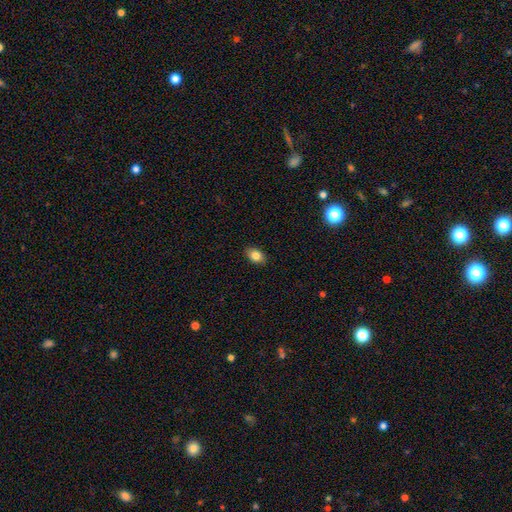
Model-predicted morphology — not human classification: The model was most divided on "how rounded": in between: 80%, round: 19%, cigar-shaped: 1%. More confident: merging — none (87%); smooth or featured — smooth (83%).